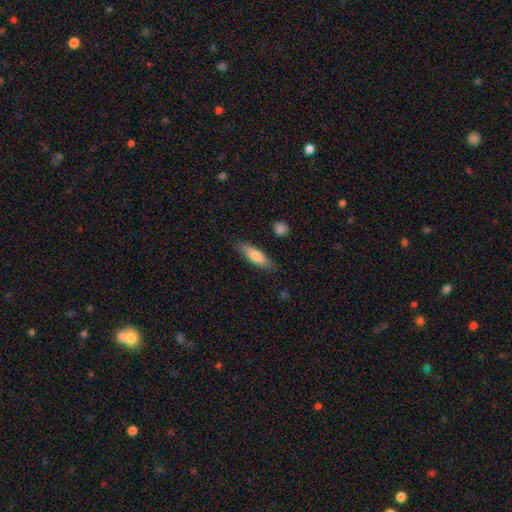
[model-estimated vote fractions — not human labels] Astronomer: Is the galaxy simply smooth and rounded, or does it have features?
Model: smooth — 76%.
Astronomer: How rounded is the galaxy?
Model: cigar-shaped — 59% (runner-up: in between, 39%).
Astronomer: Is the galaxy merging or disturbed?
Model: none — 84%.